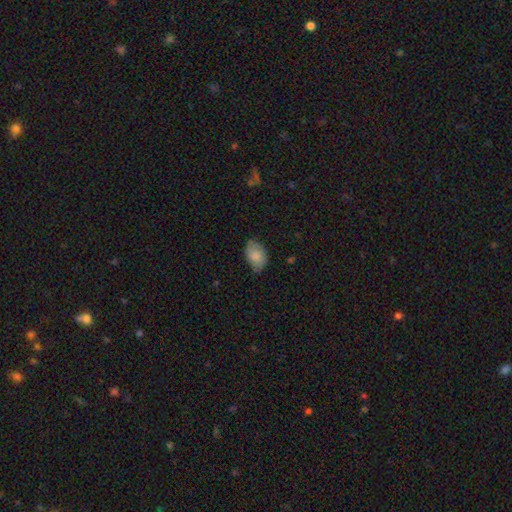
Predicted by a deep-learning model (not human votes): Smooth or featured? Predicted: smooth (p=0.80). How rounded? Predicted: in between (p=0.88). Merging? Predicted: none (p=0.67).